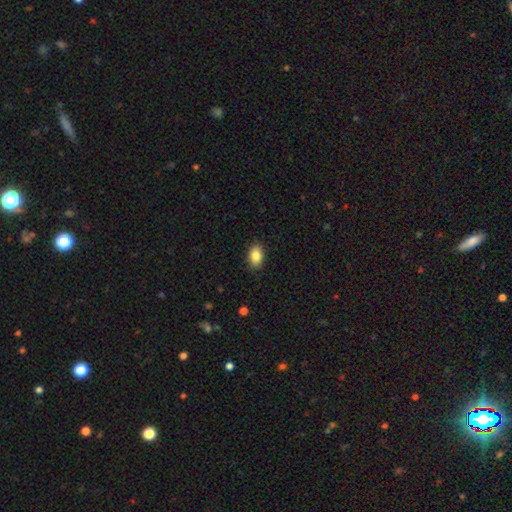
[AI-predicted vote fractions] A smooth galaxy with no disk features (85%) that is in between round and cigar-shaped (85%). Merging: none (88%).